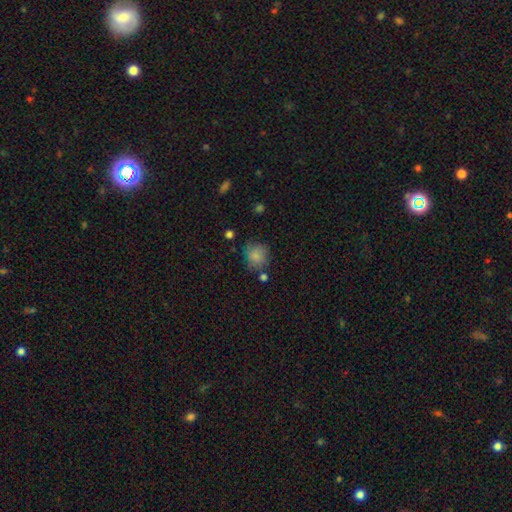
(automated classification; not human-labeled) smooth-or-featured: smooth: 79% | featured or disk: 12% | star or artifact: 10%
  how-rounded: round: 78% | in between: 21% | cigar-shaped: 1%
  merging: none: 63% | minor disturbance: 24% | major disturbance: 8% | merger: 6%